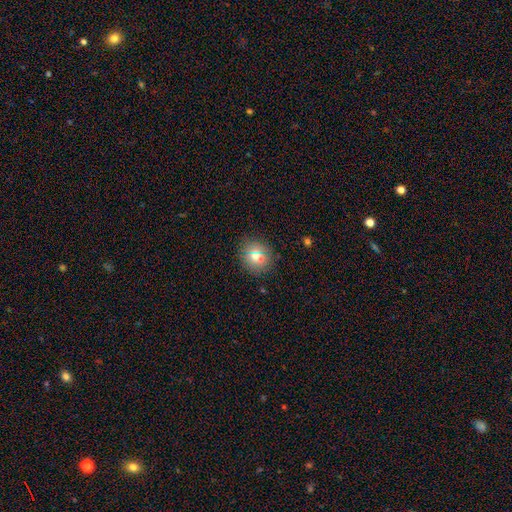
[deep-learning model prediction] Smooth or featured? smooth (69%)
How rounded? round (79%)
Merging? none (81%)